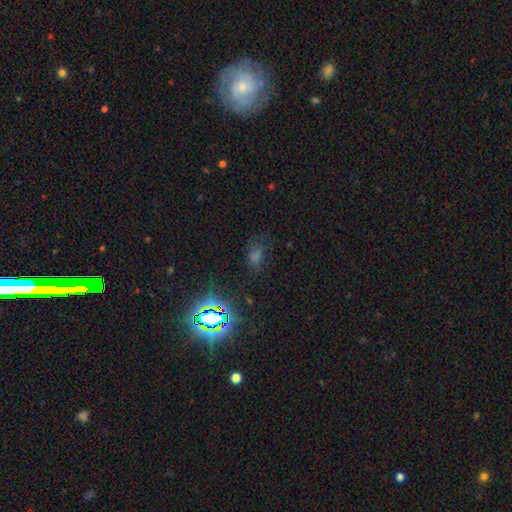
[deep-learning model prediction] This is possibly a star or artifact rather than a galaxy (49%).